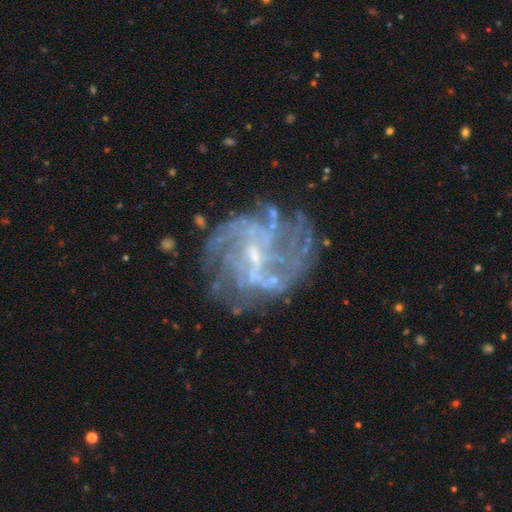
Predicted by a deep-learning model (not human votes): A featured or disk galaxy (83%) with a weak bar (55%), medium (39%) spiral arms (84%) and a small central bulge (58%). Merging: none (66%).